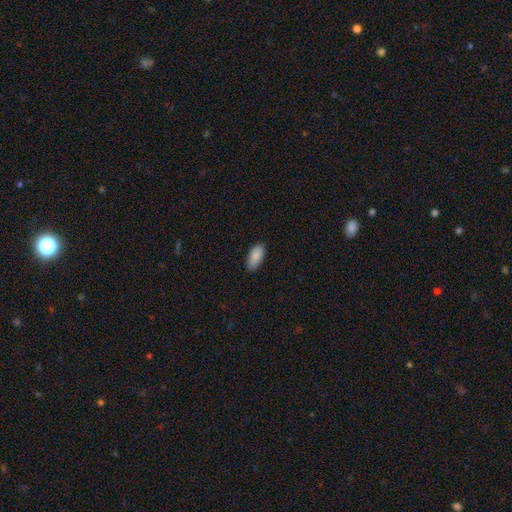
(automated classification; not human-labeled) Overall: smooth (88%). How rounded: in between (91%). Merging: none (88%).